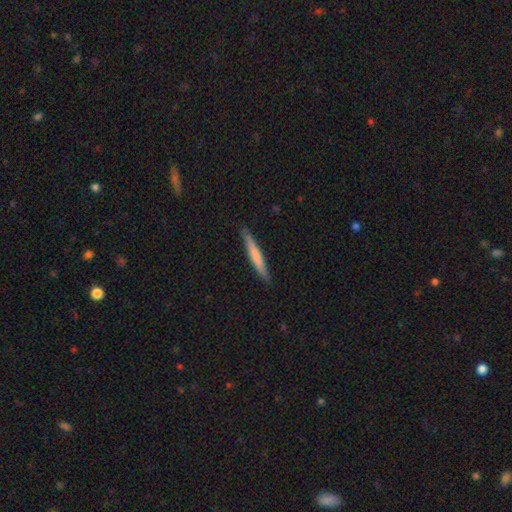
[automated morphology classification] A smooth galaxy with no disk features (61%) that is cigar-shaped (96%).

Vote fractions:
- Smooth or featured? smooth: 61% / featured or disk: 34% / star or artifact: 5%
- How rounded? cigar-shaped: 96% / in between: 3% / round: 1%
- Merging? none: 89% / minor disturbance: 8% / major disturbance: 1% / merger: 1%